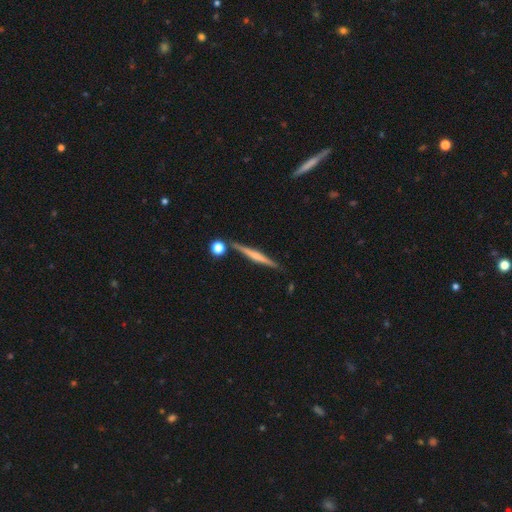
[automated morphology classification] Smooth or featured? Predicted: featured or disk (p=0.62). Edge-on disk? Predicted: yes (p=0.98). Edge-on bulge? Predicted: rounded (p=0.46). Merging? Predicted: none (p=0.84).